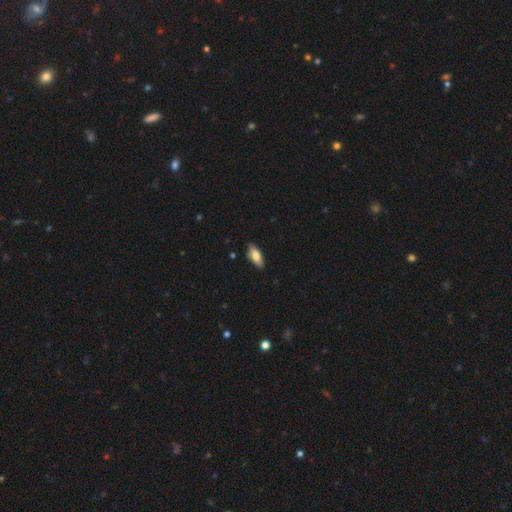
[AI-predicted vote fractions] Overall: smooth (74%). How rounded: in between (83%). Merging: none (83%).